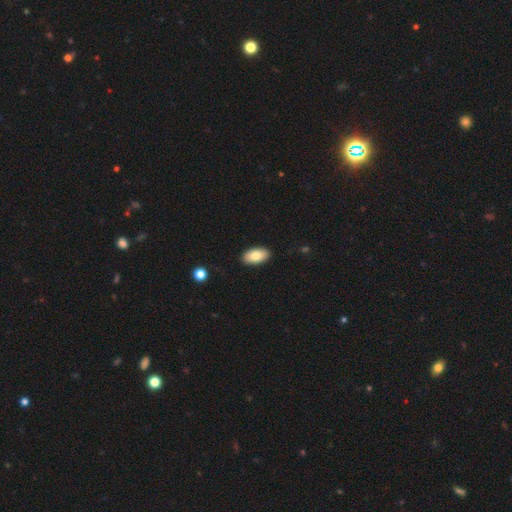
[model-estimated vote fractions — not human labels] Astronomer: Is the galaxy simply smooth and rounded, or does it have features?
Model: smooth — 81%.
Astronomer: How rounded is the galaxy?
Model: in between — 95%.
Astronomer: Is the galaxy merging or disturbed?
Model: none — 90%.